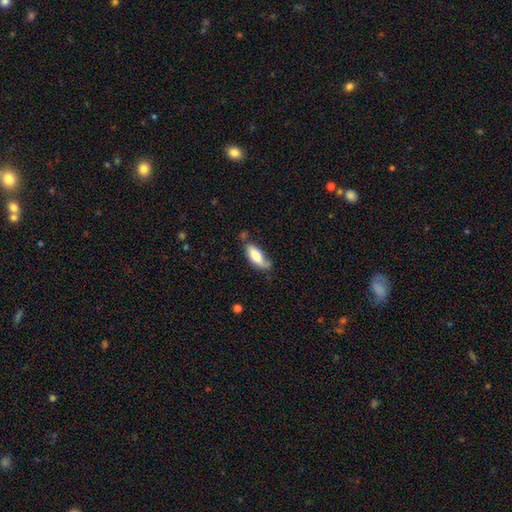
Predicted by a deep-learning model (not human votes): smooth_or_featured: smooth (p=0.75) [alt: featured or disk p=0.19]
how_rounded: in between (p=0.77) [alt: cigar-shaped p=0.21]
merging: none (p=0.54) [alt: minor disturbance p=0.31]